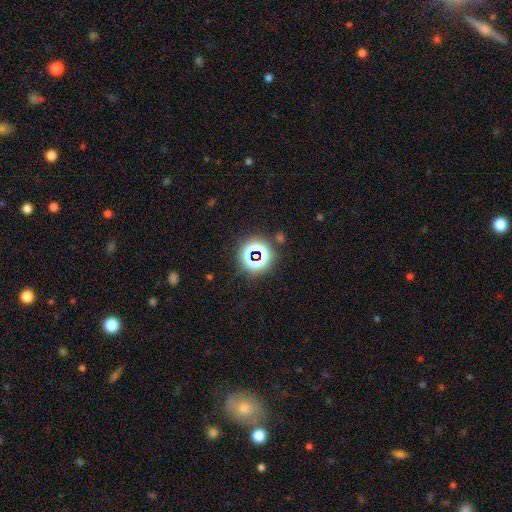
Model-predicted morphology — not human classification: Smooth or featured: star or artifact — 67% (smooth — 23%)